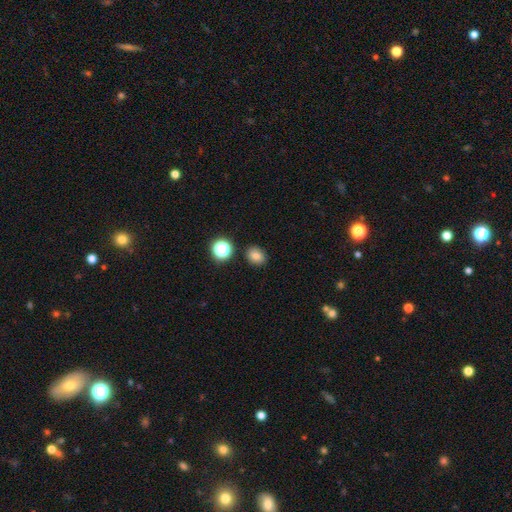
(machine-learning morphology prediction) A smooth galaxy with no disk features (80%) that is in between round and cigar-shaped (50%).

Vote fractions:
- Smooth or featured? smooth: 80% / star or artifact: 14% / featured or disk: 6%
- How rounded? in between: 50% / round: 49% / cigar-shaped: 1%
- Merging? none: 85% / minor disturbance: 9% / merger: 4% / major disturbance: 2%